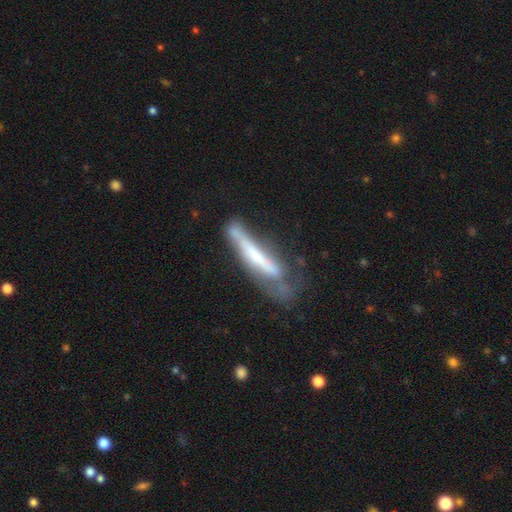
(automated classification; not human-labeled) This appears to be a featured or disk galaxy (52%) viewed edge-on (73%). Merging: none (37%).